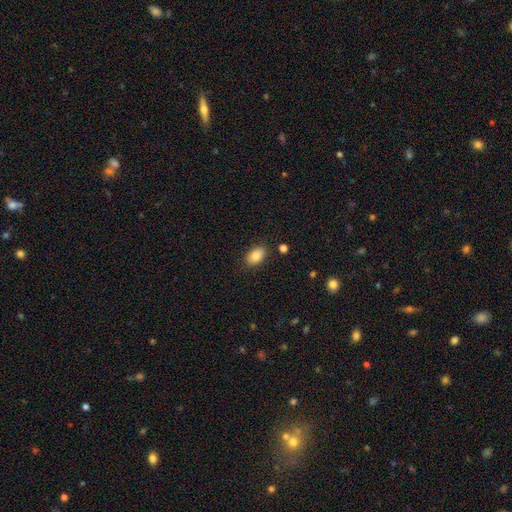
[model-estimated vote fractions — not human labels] Smooth or featured: smooth — 83% (featured or disk — 9%)
How rounded: in between — 91% (round — 8%)
Merging: none — 85% (minor disturbance — 11%)